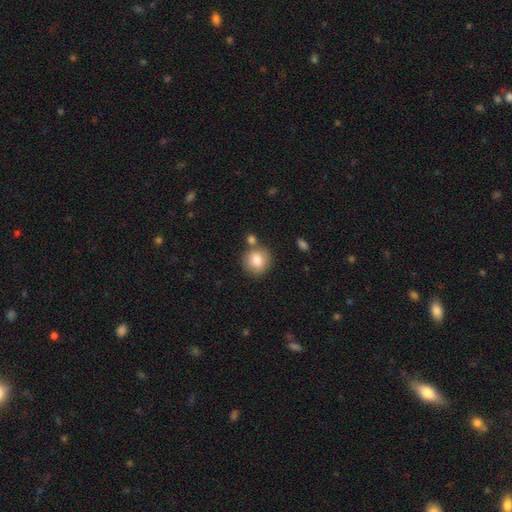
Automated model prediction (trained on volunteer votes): A smooth galaxy with no disk features (80%) that is round (92%). Merging: none (76%).